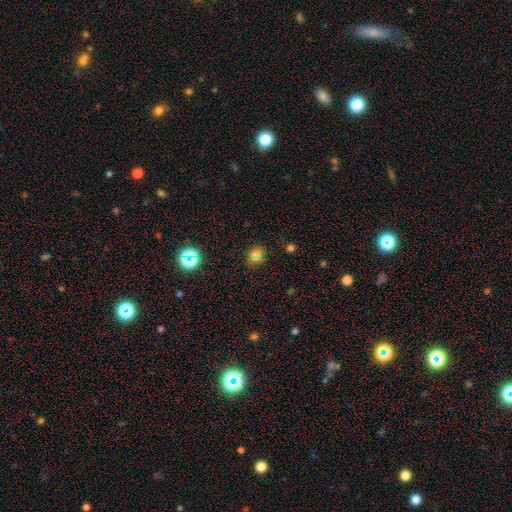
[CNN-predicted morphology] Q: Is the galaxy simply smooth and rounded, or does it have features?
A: smooth — 66%.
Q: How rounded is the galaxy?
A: round — 73%.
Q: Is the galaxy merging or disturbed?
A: none — 84%.